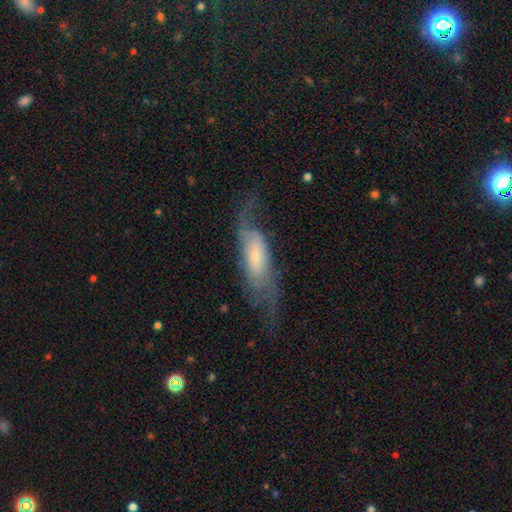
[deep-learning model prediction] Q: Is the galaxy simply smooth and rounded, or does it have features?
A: featured or disk — 66%.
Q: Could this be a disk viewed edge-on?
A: no — 81%.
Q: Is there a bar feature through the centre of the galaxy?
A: no — 61%.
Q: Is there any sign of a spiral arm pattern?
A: yes — 82%.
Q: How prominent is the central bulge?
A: small — 66%.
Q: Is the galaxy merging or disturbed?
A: none — 46%.